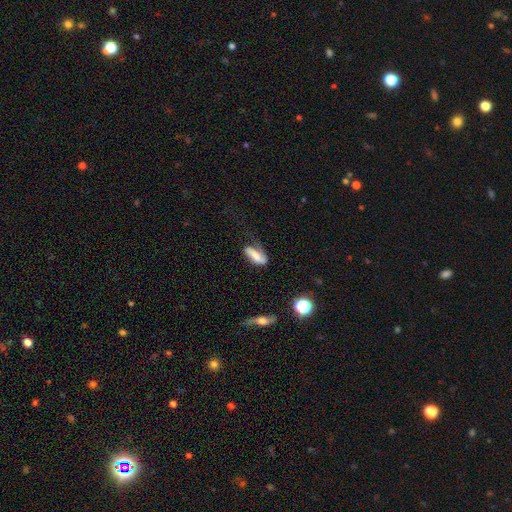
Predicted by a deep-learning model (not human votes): A smooth galaxy with no disk features (57%) that is in between round and cigar-shaped (78%).

Vote fractions:
- Smooth or featured? smooth: 57% / featured or disk: 36% / star or artifact: 8%
- How rounded? in between: 78% / cigar-shaped: 20% / round: 3%
- Merging? none: 39% / minor disturbance: 33% / major disturbance: 24% / merger: 3%